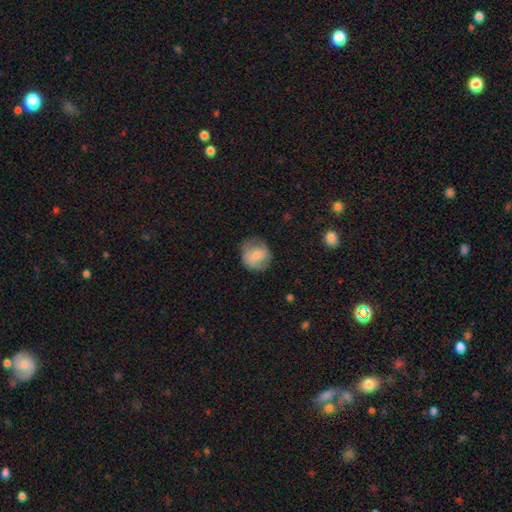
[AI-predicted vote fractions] This is likely a smooth galaxy (69%). How rounded: clearly round (80%). Merging: likely none (62%).